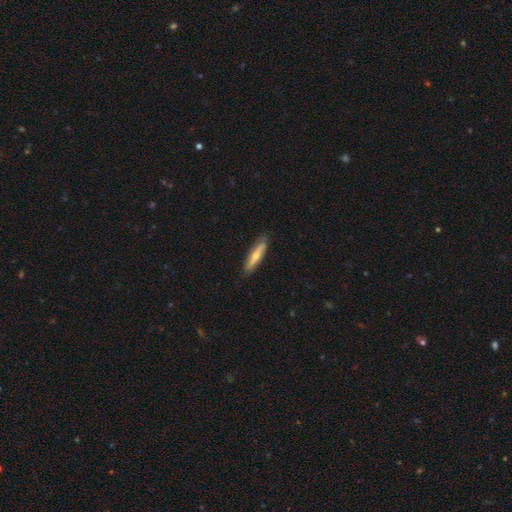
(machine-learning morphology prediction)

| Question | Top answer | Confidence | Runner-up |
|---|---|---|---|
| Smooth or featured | featured or disk | 48% | smooth (45%) |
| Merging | none | 88% | minor disturbance (10%) |